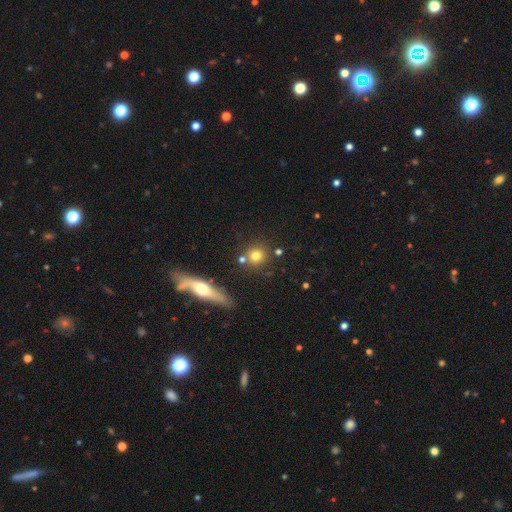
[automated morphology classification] This appears to be a smooth galaxy with no disk features (74%) that is round (88%). Merging: none (75%).